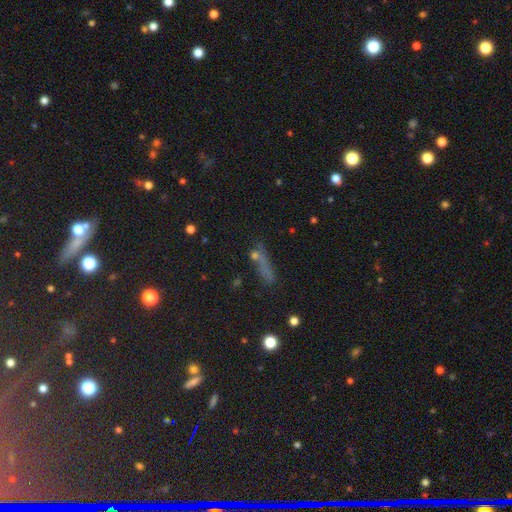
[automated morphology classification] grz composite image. It shows a smooth galaxy with no disk features (45%). Merging: none (61%).